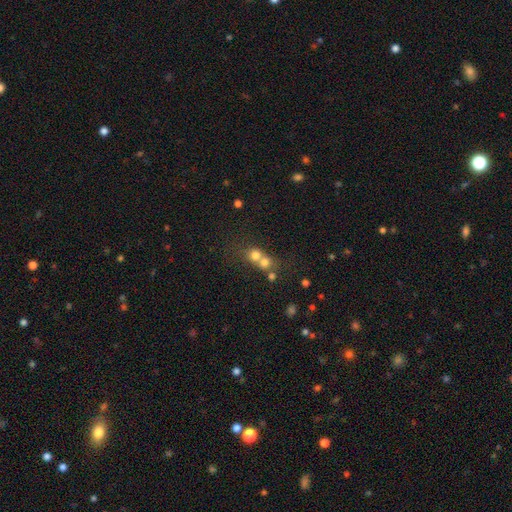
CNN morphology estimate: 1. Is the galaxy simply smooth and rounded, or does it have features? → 71% smooth, 15% featured or disk, 14% star or artifact.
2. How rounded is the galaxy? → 80% round, 18% in between, 1% cigar-shaped.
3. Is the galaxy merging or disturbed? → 65% merger, 27% none, 5% minor disturbance, 3% major disturbance.